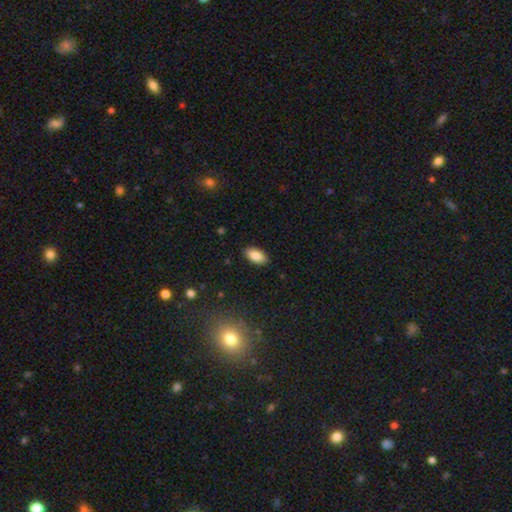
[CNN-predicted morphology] Smooth or featured? Predicted: smooth (p=0.87). How rounded? Predicted: in between (p=0.93). Merging? Predicted: none (p=0.88).